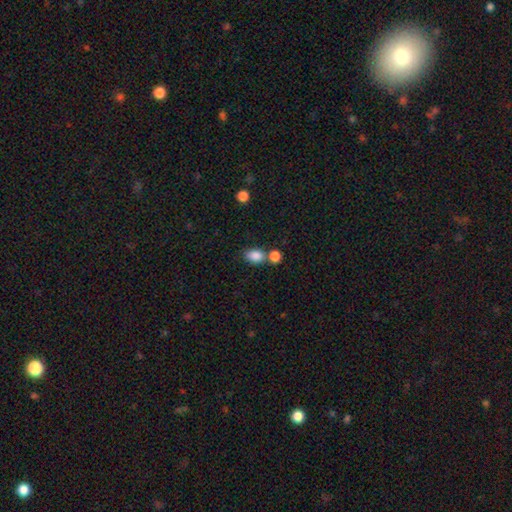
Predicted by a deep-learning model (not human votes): Morphology: type=smooth (86%); roundness=in between (78%); merging=none (56%).